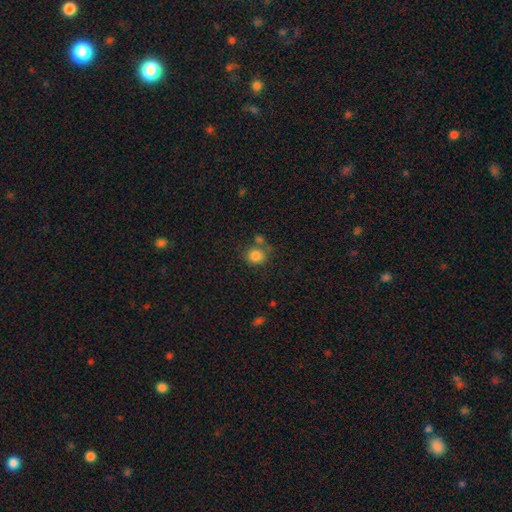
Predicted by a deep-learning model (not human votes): smooth 84%, star or artifact 10%, featured or disk 6%. Down the decision tree: how rounded — round (78%); merging — none (62%).